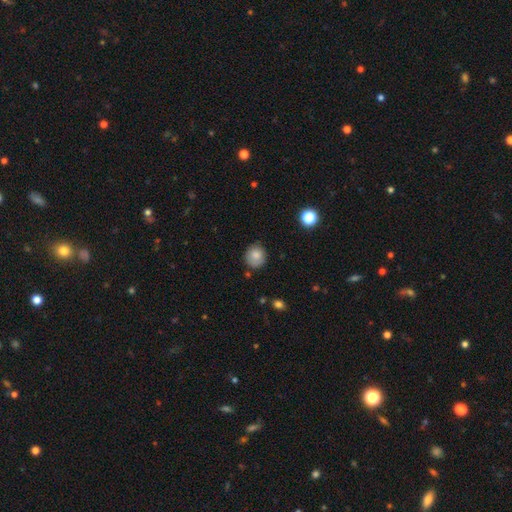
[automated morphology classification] Q: Smooth or featured?
A: smooth (82%); runner-up: star or artifact (9%)
Q: How rounded?
A: round (86%); runner-up: in between (13%)
Q: Merging?
A: none (80%); runner-up: minor disturbance (15%)